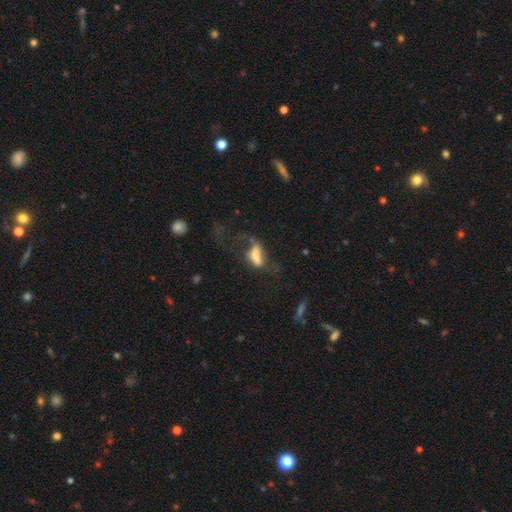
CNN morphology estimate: Smooth or featured? Predicted: smooth (p=0.58). How rounded? Predicted: in between (p=0.64). Merging? Predicted: major disturbance (p=0.52).